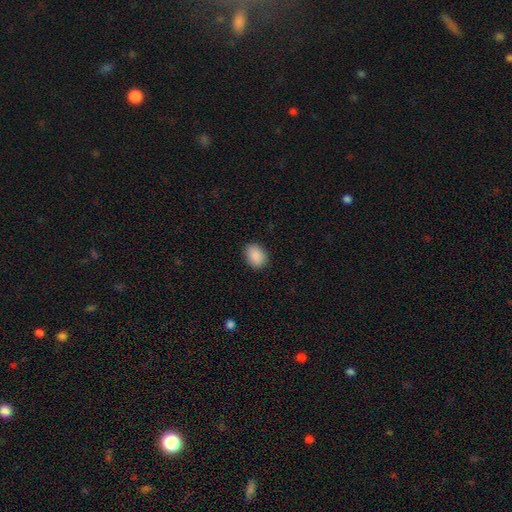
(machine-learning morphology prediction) type=smooth (89%); roundness=in between (70%); merging=none (87%).